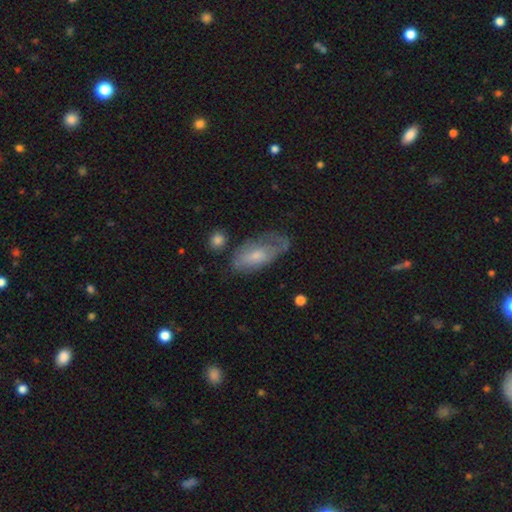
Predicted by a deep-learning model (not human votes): Q: Smooth or featured?
A: smooth (53%); runner-up: featured or disk (40%)
Q: How rounded?
A: in between (88%); runner-up: cigar-shaped (8%)
Q: Merging?
A: none (44%); runner-up: minor disturbance (31%)